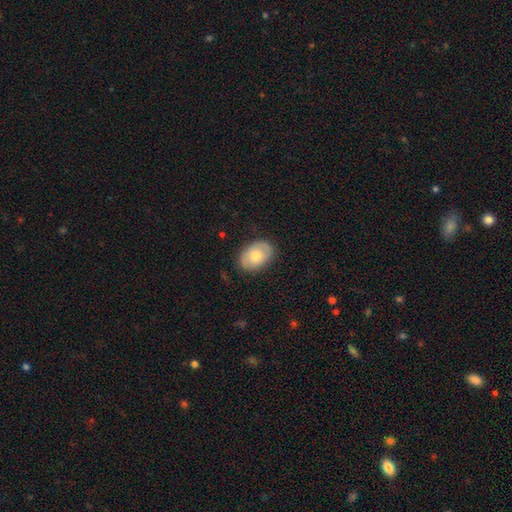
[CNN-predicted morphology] Q: Smooth or featured?
A: smooth (59%); runner-up: featured or disk (34%)
Q: How rounded?
A: in between (82%); runner-up: round (17%)
Q: Merging?
A: none (82%); runner-up: minor disturbance (14%)